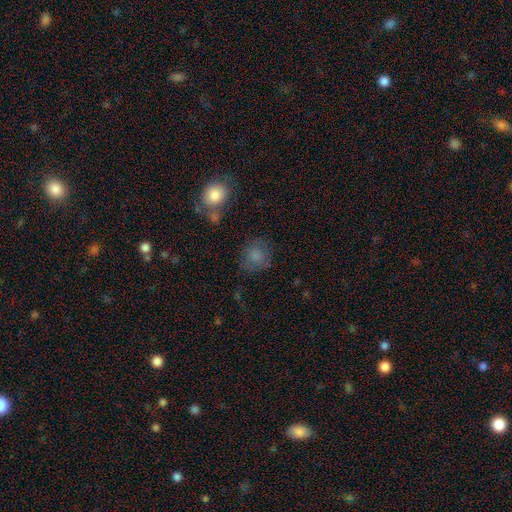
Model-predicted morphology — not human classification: smooth_or_featured: smooth (p=0.78) [alt: star or artifact p=0.11]
how_rounded: round (p=0.81) [alt: in between p=0.18]
merging: none (p=0.70) [alt: minor disturbance p=0.18]